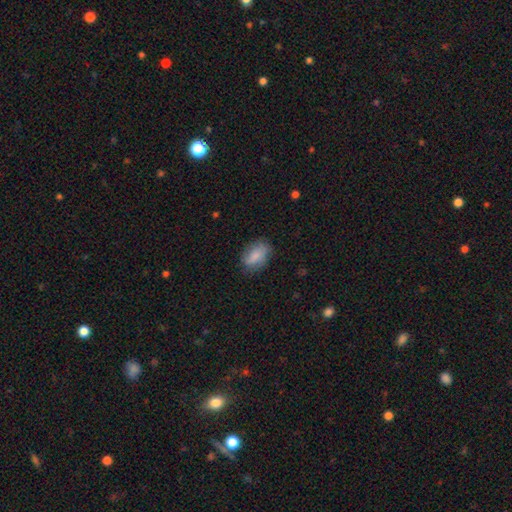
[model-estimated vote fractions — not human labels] smooth 81%, featured or disk 12%, star or artifact 7%. Down the decision tree: how rounded — in between (88%); merging — none (75%).